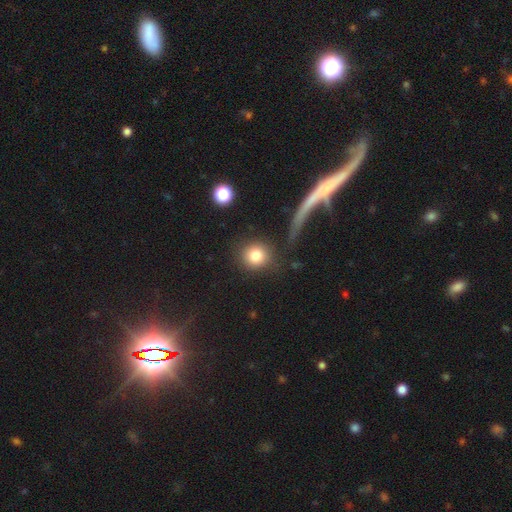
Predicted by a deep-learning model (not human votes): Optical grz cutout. It shows a smooth galaxy with no disk features (82%) that is round (89%). Merging: none (82%).